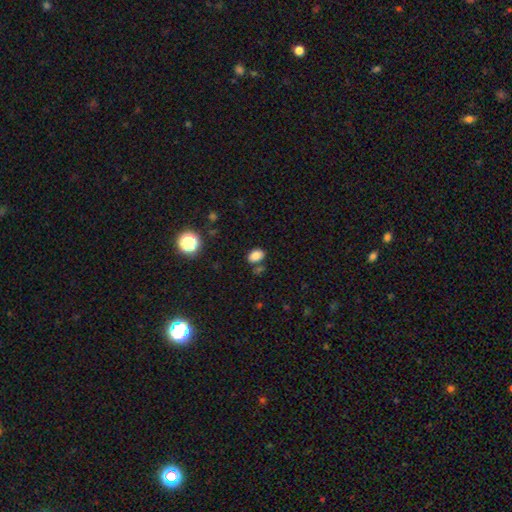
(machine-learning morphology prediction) Smooth or featured? smooth (83%)
How rounded? in between (82%)
Merging? none (73%)